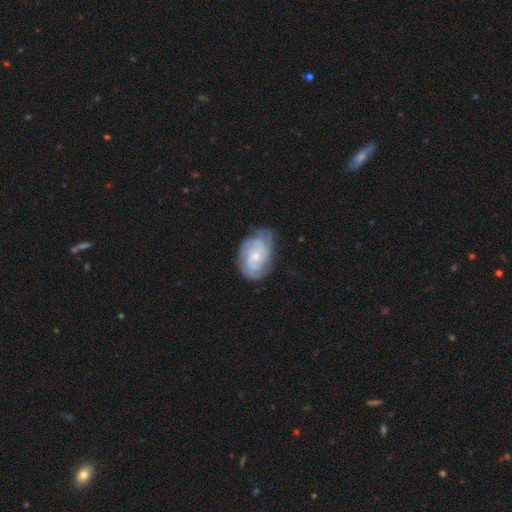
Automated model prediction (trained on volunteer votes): Smooth or featured? featured or disk (79%)
Edge-on disk? no (97%)
Bar? no (69%)
Spiral arms? yes (93%)
Spiral winding? tight (64%)
Spiral arm count? can't tell (35%)
Bulge size? small (61%)
Merging? none (65%)